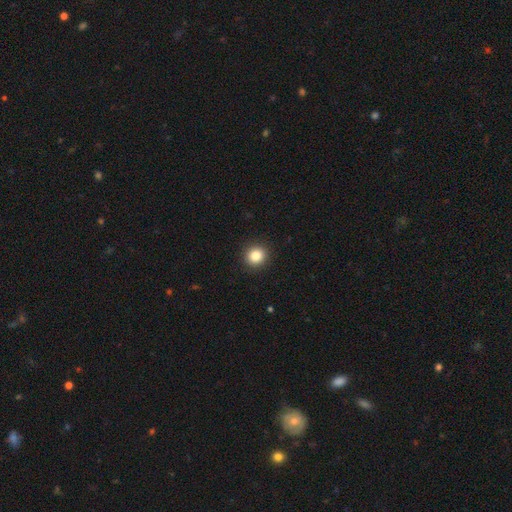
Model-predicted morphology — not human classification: smooth-or-featured: smooth: 85% | star or artifact: 10% | featured or disk: 5%
  how-rounded: round: 89% | in between: 10% | cigar-shaped: 1%
  merging: none: 92% | minor disturbance: 5% | major disturbance: 2% | merger: 1%